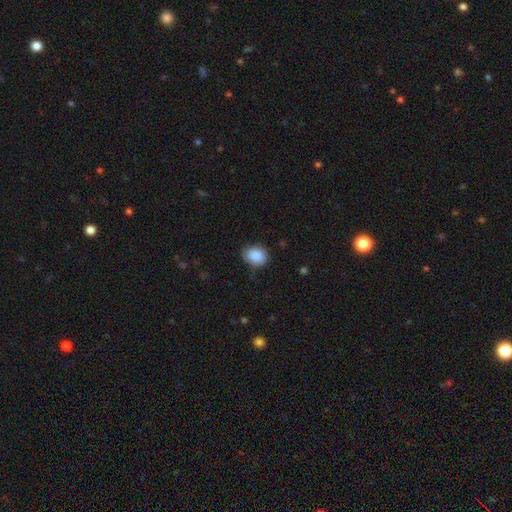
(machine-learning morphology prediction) Smooth or featured? Predicted: smooth (p=0.89). How rounded? Predicted: in between (p=0.65). Merging? Predicted: none (p=0.74).